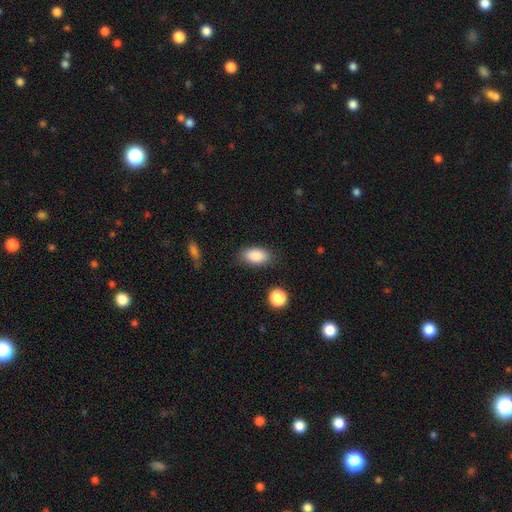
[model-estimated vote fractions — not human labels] Smooth or featured? Predicted: smooth (p=0.87). How rounded? Predicted: in between (p=0.91). Merging? Predicted: none (p=0.81).